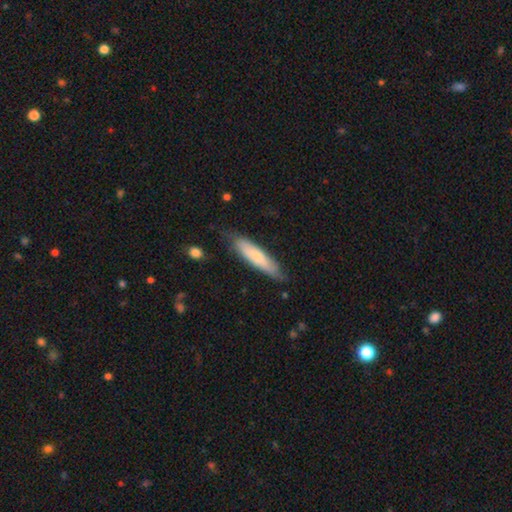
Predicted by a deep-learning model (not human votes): Smooth or featured? smooth (71%)
How rounded? cigar-shaped (80%)
Merging? none (76%)